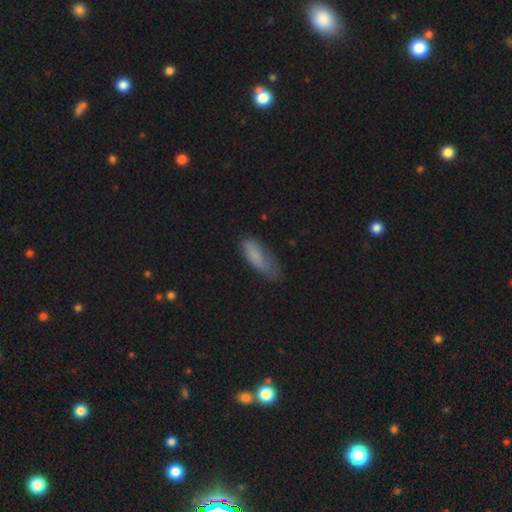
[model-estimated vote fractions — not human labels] This is likely a smooth galaxy (79%). How rounded: possibly in between (60%). Merging: marginally none (45%).